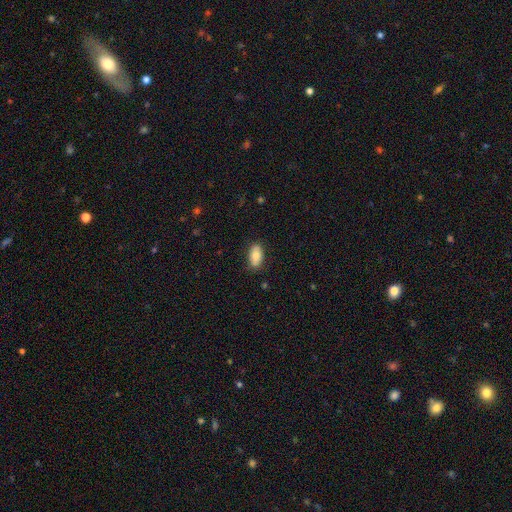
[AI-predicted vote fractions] smooth_or_featured: smooth (p=0.80) [alt: featured or disk p=0.14]
how_rounded: in between (p=0.92) [alt: cigar-shaped p=0.04]
merging: none (p=0.84) [alt: minor disturbance p=0.12]